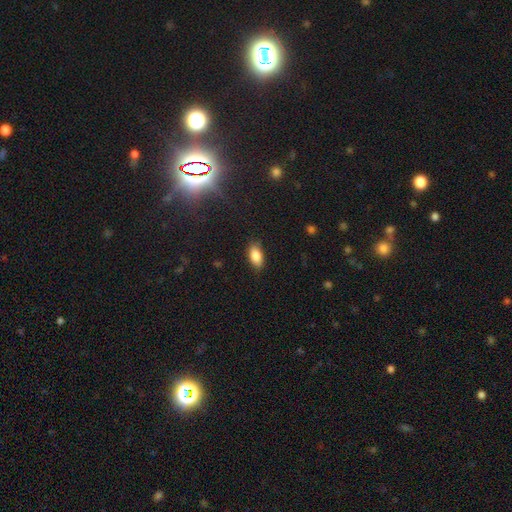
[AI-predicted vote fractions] The model was most divided on "merging": none: 84%, minor disturbance: 12%, major disturbance: 3%, merger: 1%. More confident: how rounded — in between (90%); smooth or featured — smooth (85%).